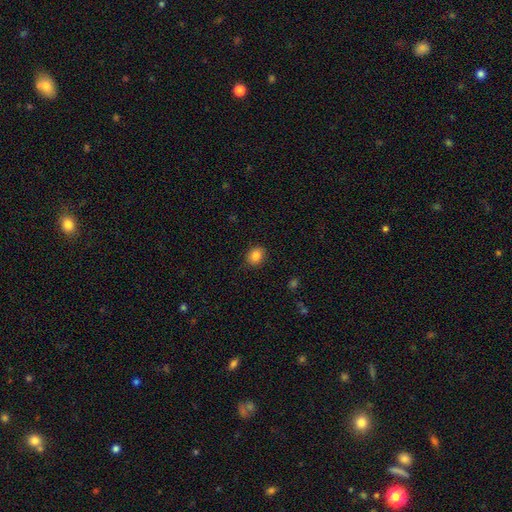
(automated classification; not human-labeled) The model was most divided on "how rounded": round: 58%, in between: 41%, cigar-shaped: 1%. More confident: merging — none (86%); smooth or featured — smooth (85%).